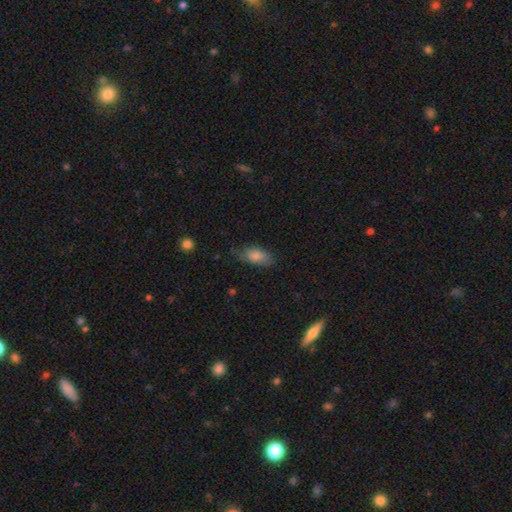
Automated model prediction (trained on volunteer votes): Smooth or featured: smooth — 80% (featured or disk — 12%)
How rounded: in between — 85% (cigar-shaped — 11%)
Merging: none — 64% (minor disturbance — 28%)